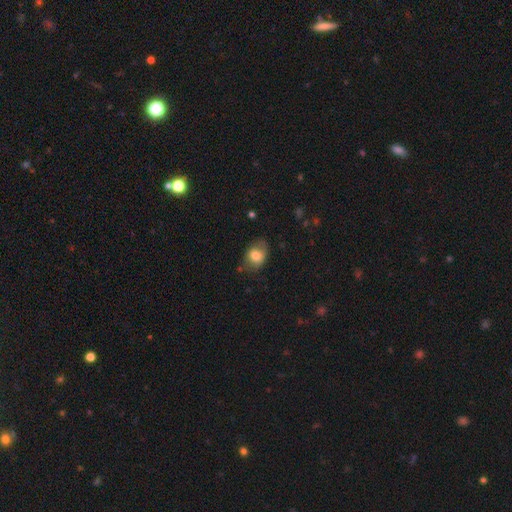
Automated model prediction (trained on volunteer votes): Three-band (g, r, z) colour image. It shows a smooth galaxy with no disk features (74%) that is in between round and cigar-shaped (71%). Merging: none (64%).